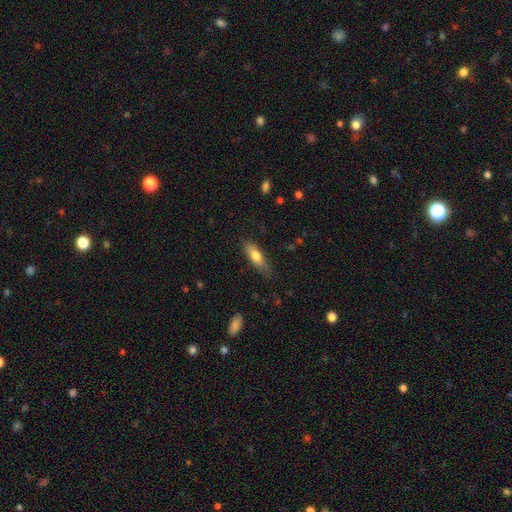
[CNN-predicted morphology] Smooth or featured?
  - smooth: 73% *
  - featured or disk: 21%
  - star or artifact: 6%
How rounded?
  - in between: 50% *
  - cigar-shaped: 48%
  - round: 2%
Merging?
  - none: 75% *
  - minor disturbance: 19%
  - major disturbance: 4%
  - merger: 1%